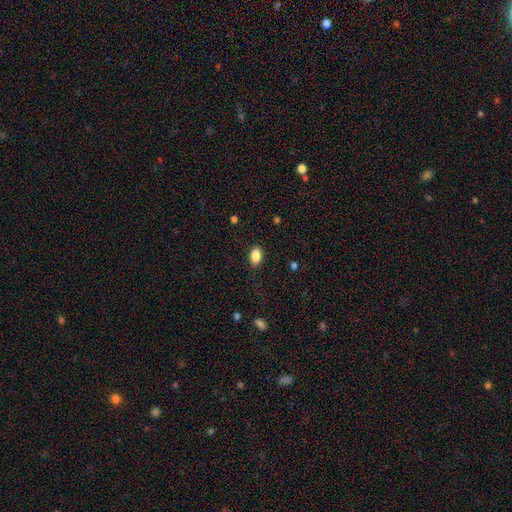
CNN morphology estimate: Smooth or featured? Predicted: smooth (p=0.87). How rounded? Predicted: in between (p=0.87). Merging? Predicted: none (p=0.86).